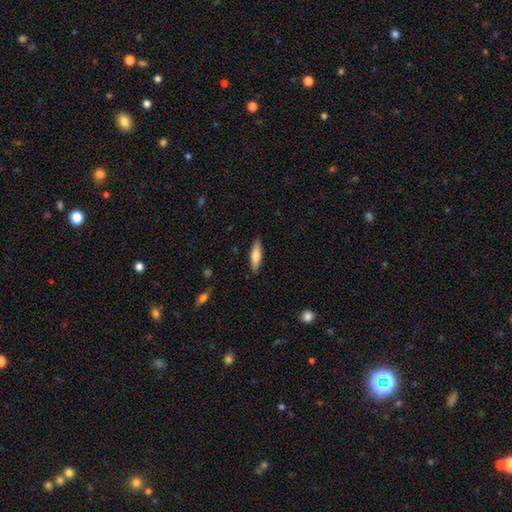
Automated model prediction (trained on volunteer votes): A smooth galaxy with no disk features (68%) that is cigar-shaped (63%). Merging: none (88%).